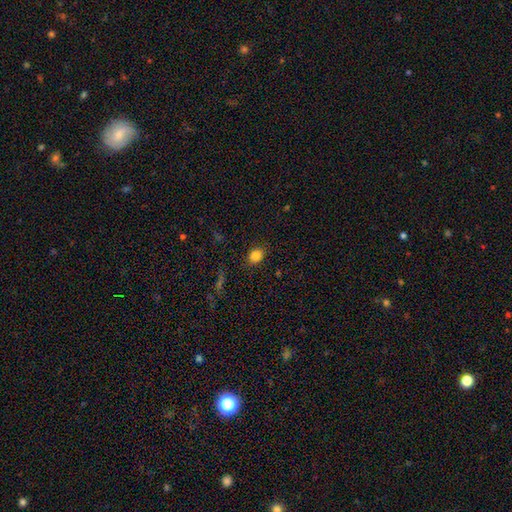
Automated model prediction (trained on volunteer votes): Smooth or featured? smooth (84%)
How rounded? round (58%)
Merging? none (86%)